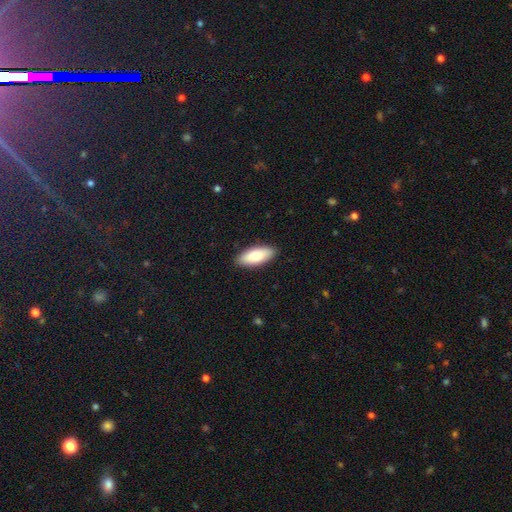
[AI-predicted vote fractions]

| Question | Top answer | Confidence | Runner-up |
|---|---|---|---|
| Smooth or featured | smooth | 81% | featured or disk (14%) |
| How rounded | in between | 82% | cigar-shaped (16%) |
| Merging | none | 90% | minor disturbance (8%) |